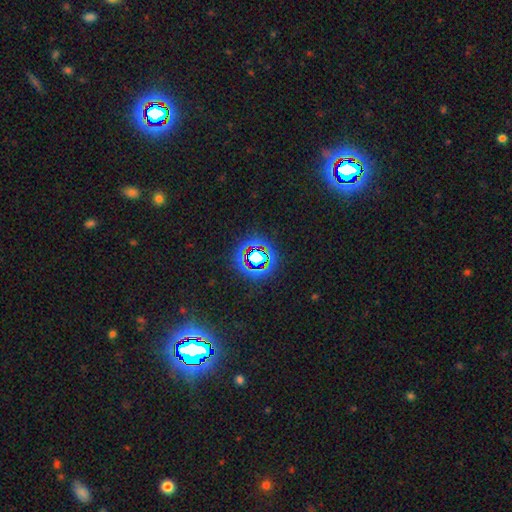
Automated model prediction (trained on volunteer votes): Overall: star or artifact (68%).